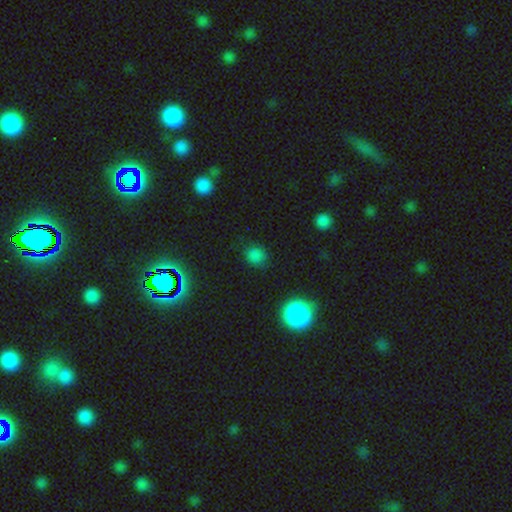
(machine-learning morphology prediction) smooth-or-featured: smooth: 77% | star or artifact: 18% | featured or disk: 4%
  how-rounded: round: 80% | in between: 19% | cigar-shaped: 1%
  merging: none: 82% | minor disturbance: 12% | major disturbance: 4% | merger: 2%